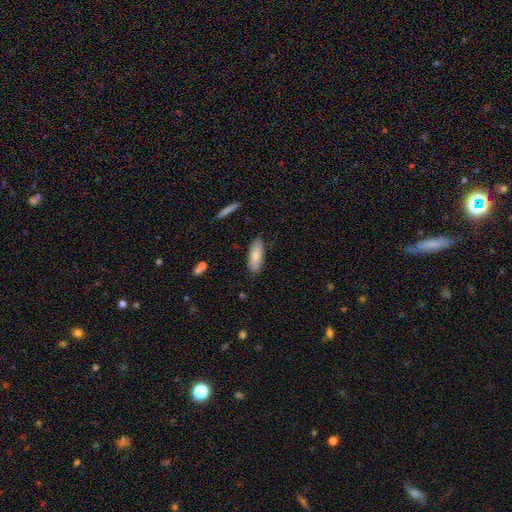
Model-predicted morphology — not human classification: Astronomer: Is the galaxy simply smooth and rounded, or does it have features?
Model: smooth — 80%.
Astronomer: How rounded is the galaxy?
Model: in between — 73%.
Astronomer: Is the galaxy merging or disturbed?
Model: none — 85%.